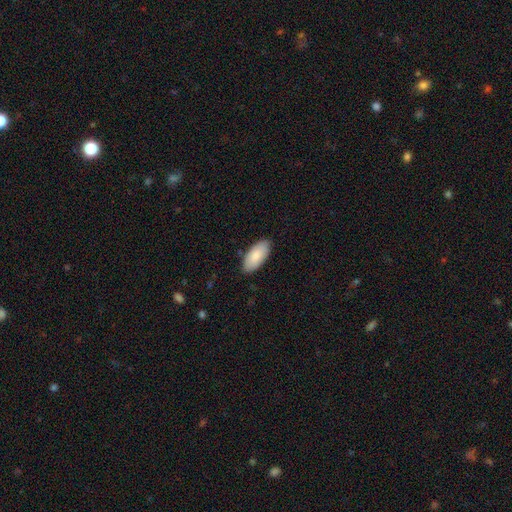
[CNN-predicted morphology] A smooth galaxy with no disk features (84%) that is in between round and cigar-shaped (93%).

Vote fractions:
- Smooth or featured? smooth: 84% / featured or disk: 10% / star or artifact: 5%
- How rounded? in between: 93% / cigar-shaped: 5% / round: 2%
- Merging? none: 86% / minor disturbance: 11% / major disturbance: 2% / merger: 1%